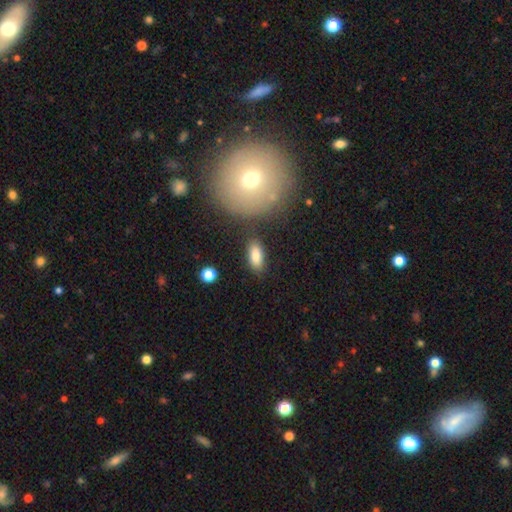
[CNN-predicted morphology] smooth 84%, featured or disk 8%, star or artifact 7%. Down the decision tree: how rounded — in between (86%); merging — none (81%).